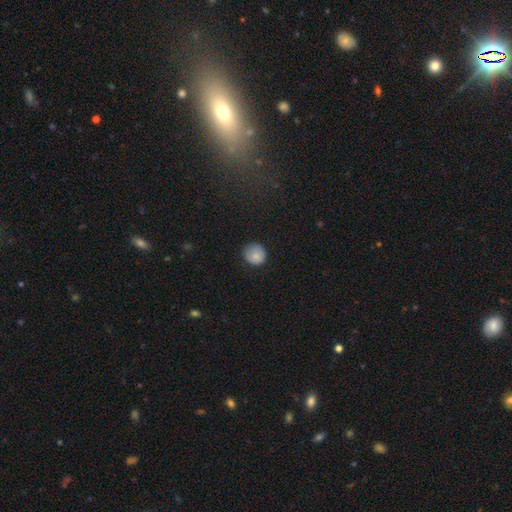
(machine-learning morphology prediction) This is likely a smooth galaxy (80%). How rounded: clearly round (87%). Merging: likely none (76%).